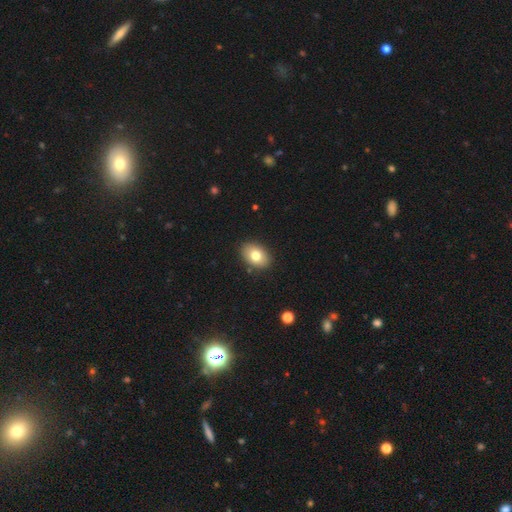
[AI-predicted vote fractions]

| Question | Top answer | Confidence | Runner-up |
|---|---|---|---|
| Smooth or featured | smooth | 78% | featured or disk (14%) |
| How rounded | in between | 81% | round (18%) |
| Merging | none | 89% | minor disturbance (8%) |